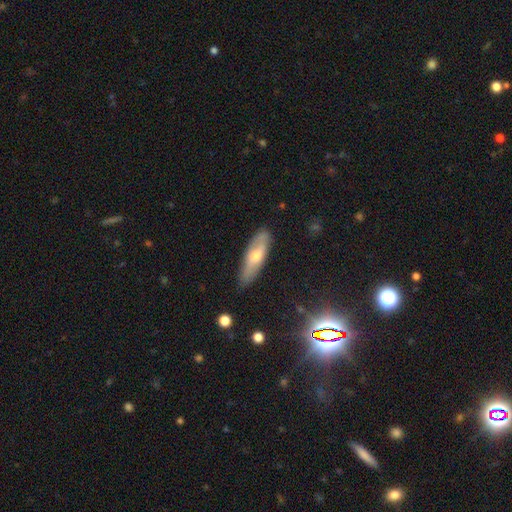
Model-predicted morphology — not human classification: This is possibly a smooth galaxy (50%). Merging: clearly none (81%).